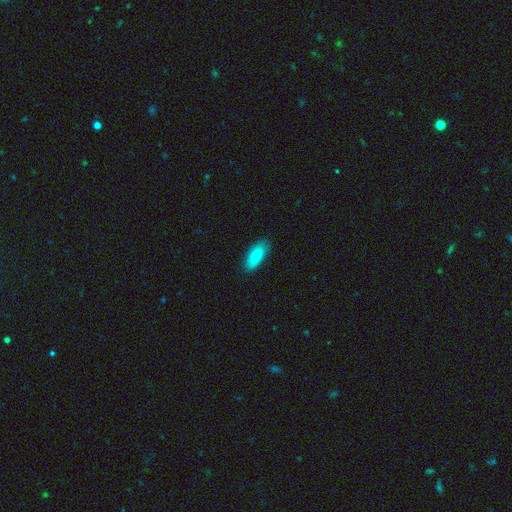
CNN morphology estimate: smooth 77%, featured or disk 17%, star or artifact 6%. Down the decision tree: how rounded — in between (84%); merging — none (84%).